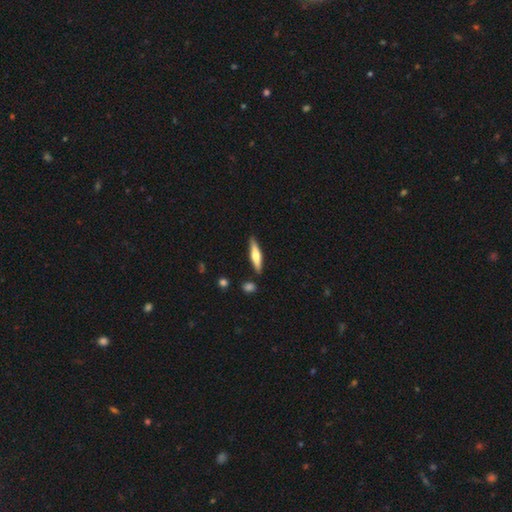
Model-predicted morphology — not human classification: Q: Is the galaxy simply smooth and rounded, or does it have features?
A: smooth — 49%.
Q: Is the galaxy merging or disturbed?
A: none — 86%.